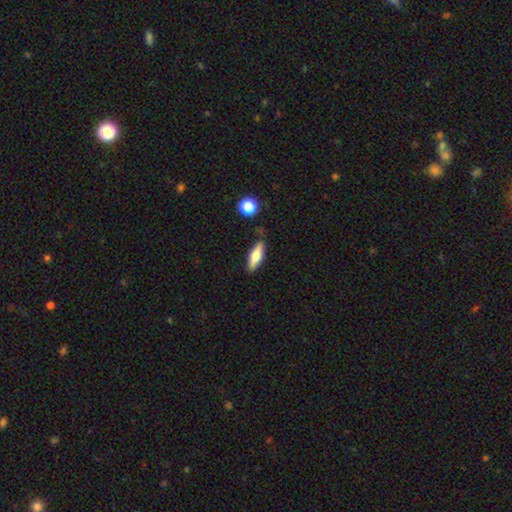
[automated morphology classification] This is likely a smooth galaxy (60%). How rounded: possibly cigar-shaped (50%). Merging: likely none (80%).